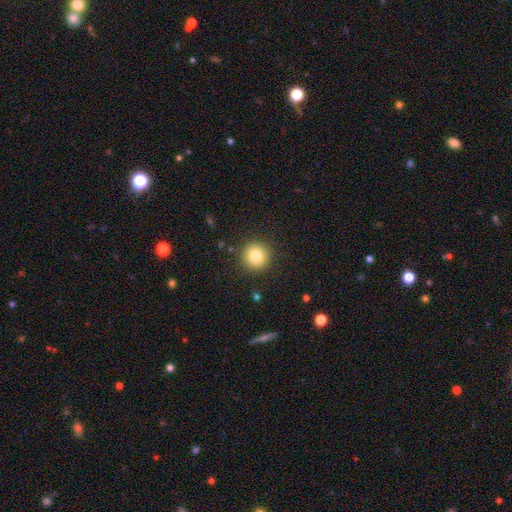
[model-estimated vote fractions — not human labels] This is clearly a smooth galaxy (82%). How rounded: clearly round (94%). Merging: clearly none (90%).